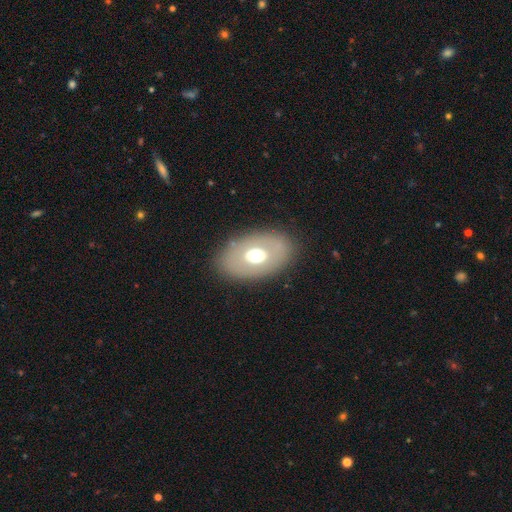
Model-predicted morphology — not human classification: smooth_or_featured: smooth (p=0.56) [alt: featured or disk p=0.36]
how_rounded: in between (p=0.84) [alt: round p=0.15]
merging: none (p=0.83) [alt: minor disturbance p=0.10]